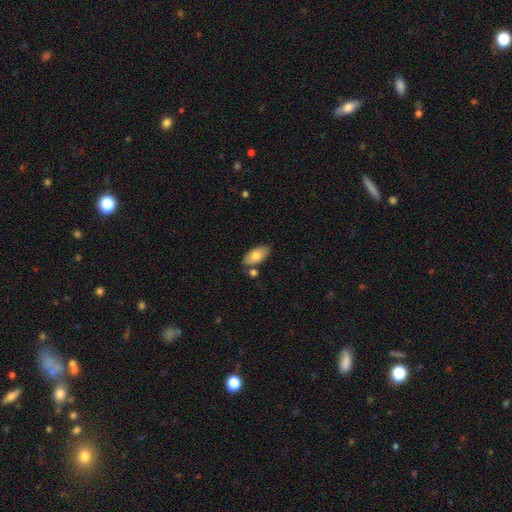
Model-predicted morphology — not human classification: A smooth galaxy with no disk features (77%) that is in between round and cigar-shaped (94%).

Vote fractions:
- Smooth or featured? smooth: 77% / featured or disk: 17% / star or artifact: 6%
- How rounded? in between: 94% / cigar-shaped: 3% / round: 3%
- Merging? none: 72% / minor disturbance: 14% / merger: 11% / major disturbance: 3%